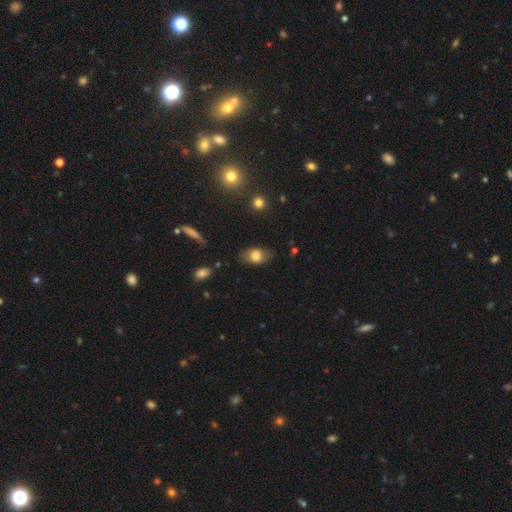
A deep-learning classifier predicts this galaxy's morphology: Q: Smooth or featured?
A: smooth (75%); runner-up: featured or disk (16%)
Q: How rounded?
A: in between (84%); runner-up: round (13%)
Q: Merging?
A: none (77%); runner-up: minor disturbance (17%)